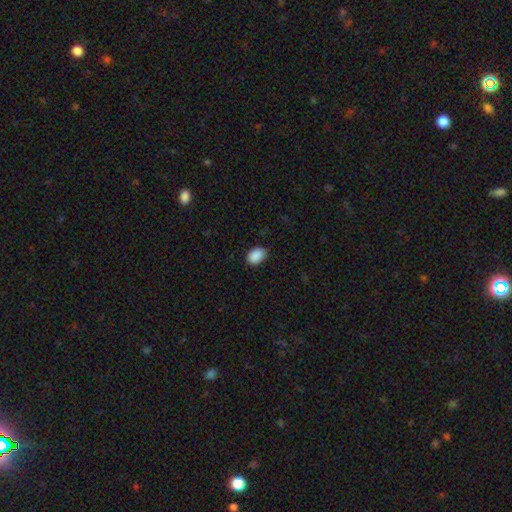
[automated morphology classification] Smooth or featured? Predicted: smooth (p=0.90). How rounded? Predicted: in between (p=0.82). Merging? Predicted: none (p=0.84).